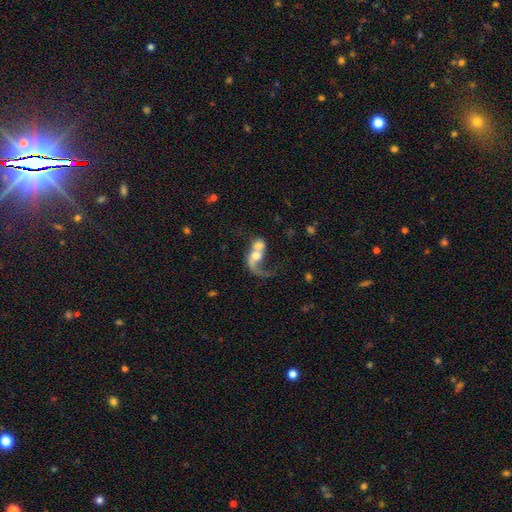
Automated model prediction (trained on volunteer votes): Smooth or featured? Predicted: featured or disk (p=0.58). Edge-on disk? Predicted: no (p=0.96). Bar? Predicted: no (p=0.72). Spiral arms? Predicted: yes (p=0.70). Bulge size? Predicted: moderate (p=0.43). Merging? Predicted: merger (p=0.65).